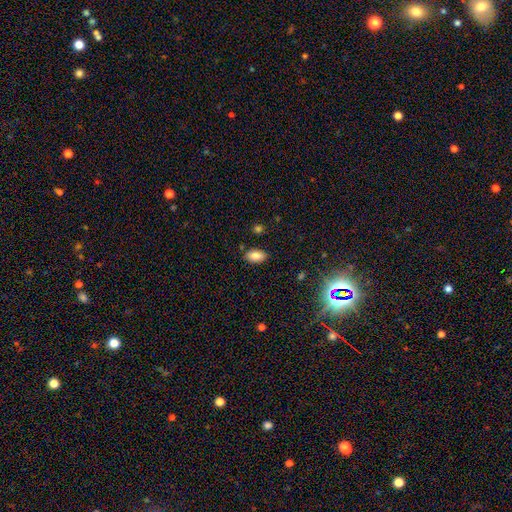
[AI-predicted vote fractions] This appears to be a smooth galaxy with no disk features (84%) that is in between round and cigar-shaped (92%). Merging: none (85%).